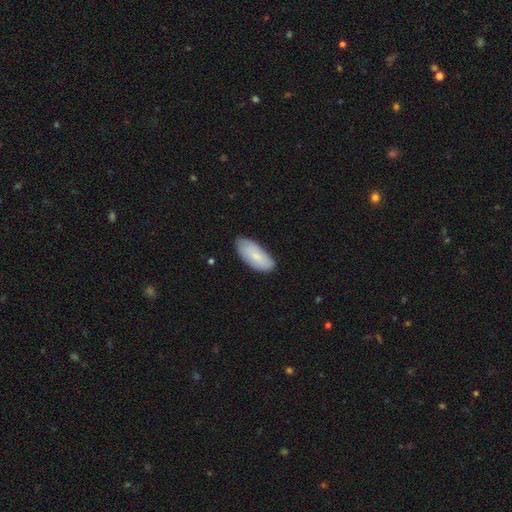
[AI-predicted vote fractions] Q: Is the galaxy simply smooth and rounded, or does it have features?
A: smooth — 79%.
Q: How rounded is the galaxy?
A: in between — 89%.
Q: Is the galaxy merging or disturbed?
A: none — 79%.